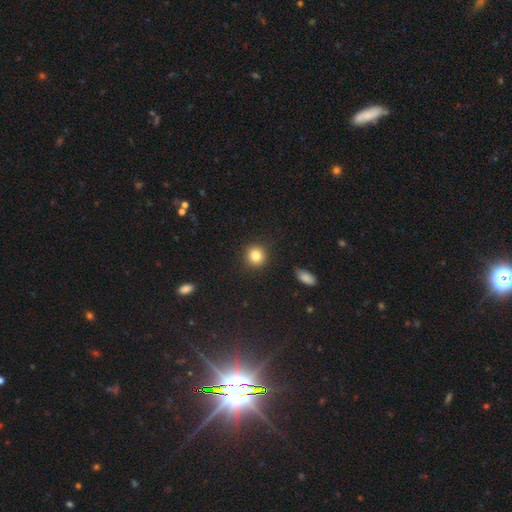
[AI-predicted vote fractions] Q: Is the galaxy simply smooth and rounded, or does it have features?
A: smooth — 84%.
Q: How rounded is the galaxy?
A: round — 91%.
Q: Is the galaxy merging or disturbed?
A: none — 90%.